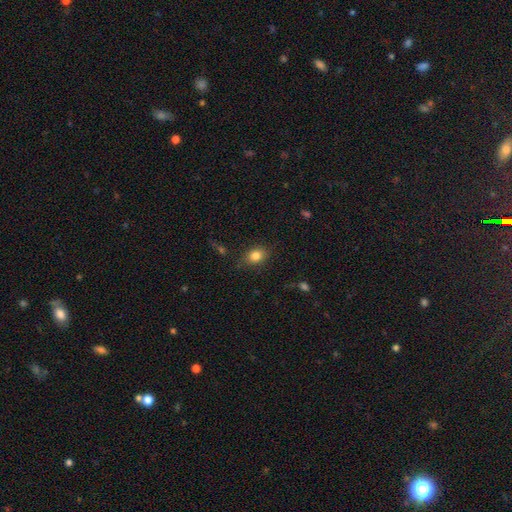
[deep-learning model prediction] Smooth or featured?
  - smooth: 83% *
  - star or artifact: 10%
  - featured or disk: 7%
How rounded?
  - in between: 61% *
  - round: 38%
  - cigar-shaped: 1%
Merging?
  - none: 81% *
  - minor disturbance: 13%
  - major disturbance: 4%
  - merger: 2%